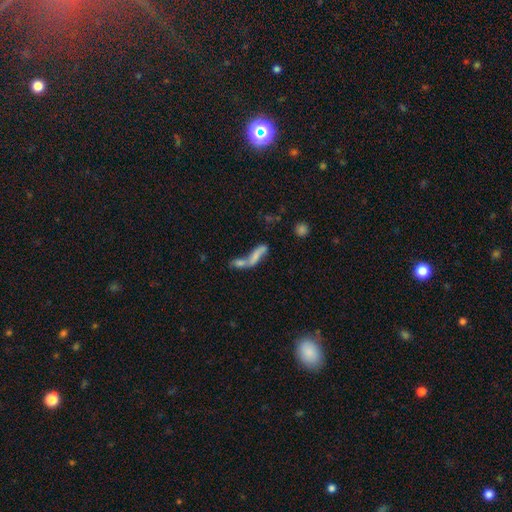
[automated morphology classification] A smooth galaxy with no disk features (53%) that is cigar-shaped (57%).

Vote fractions:
- Smooth or featured? smooth: 53% / featured or disk: 36% / star or artifact: 12%
- How rounded? cigar-shaped: 57% / in between: 38% / round: 5%
- Merging? merger: 65% / none: 18% / major disturbance: 9% / minor disturbance: 8%